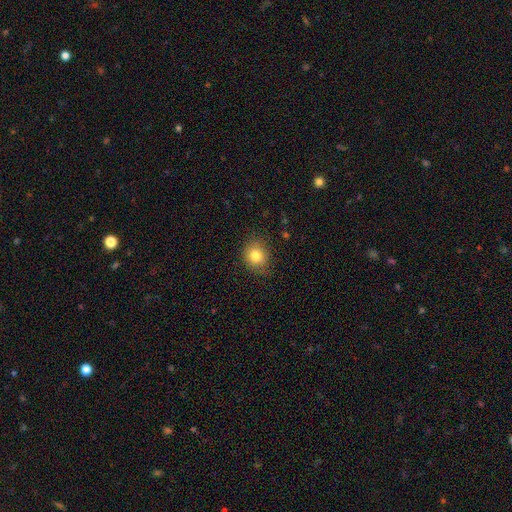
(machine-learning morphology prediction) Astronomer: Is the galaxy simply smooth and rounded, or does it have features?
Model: smooth — 81%.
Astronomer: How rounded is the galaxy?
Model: round — 74%.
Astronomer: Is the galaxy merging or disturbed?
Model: none — 80%.